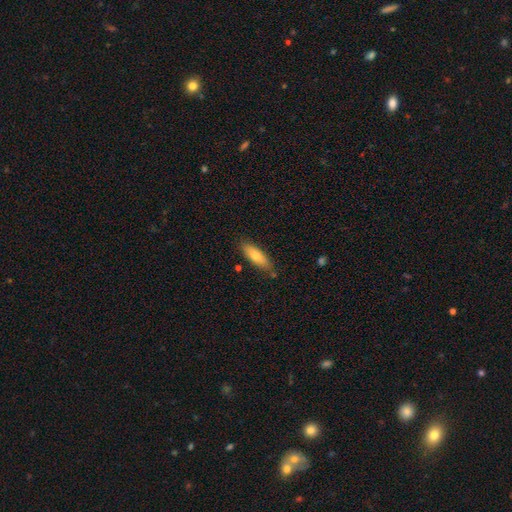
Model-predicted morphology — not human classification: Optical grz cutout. It shows a smooth galaxy with no disk features (74%) that is in between round and cigar-shaped (59%). Merging: none (80%).